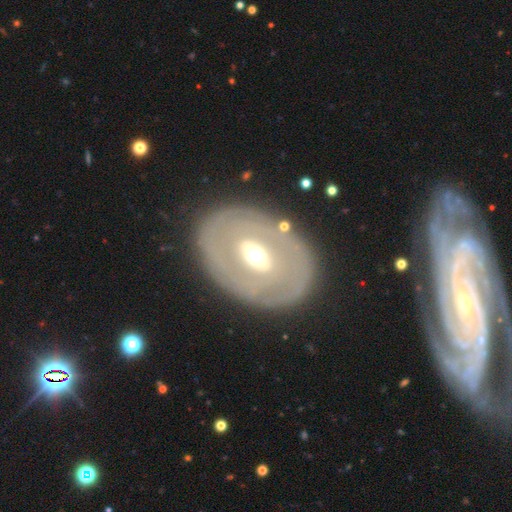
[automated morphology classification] Overall: featured or disk (70%). Edge-on disk: no (94%). Bar: weak (41%; no 38%). Spiral arms: no (65%; yes 35%). Bulge size: moderate (67%). Merging: none (80%).